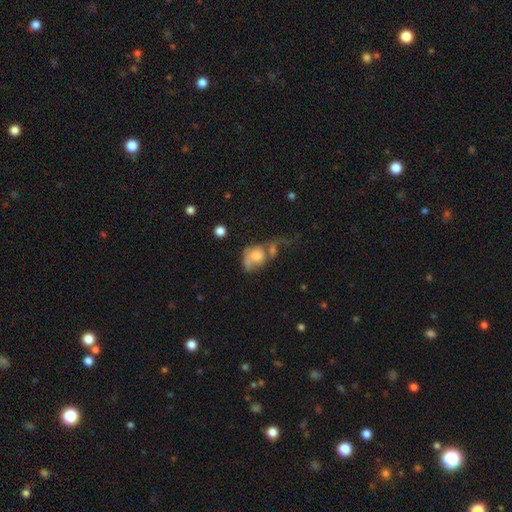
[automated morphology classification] A smooth galaxy with no disk features (61%) that is in between round and cigar-shaped (56%).

Vote fractions:
- Smooth or featured? smooth: 61% / featured or disk: 29% / star or artifact: 10%
- How rounded? in between: 56% / round: 42% / cigar-shaped: 2%
- Merging? merger: 44% / major disturbance: 27% / none: 16% / minor disturbance: 13%